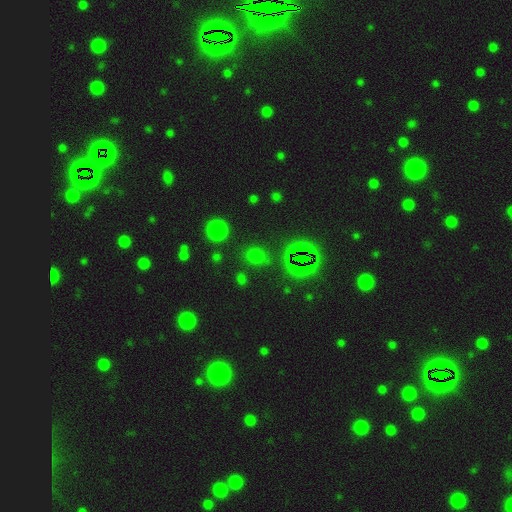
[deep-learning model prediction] This appears to be a smooth galaxy with no disk features (58%) that is round (76%). Merging: none (83%).